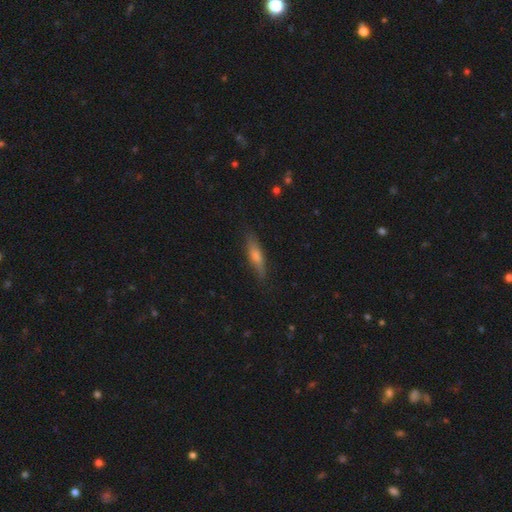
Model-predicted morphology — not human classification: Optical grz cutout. It shows a smooth galaxy with no disk features (51%) that is cigar-shaped (75%). Merging: none (83%).